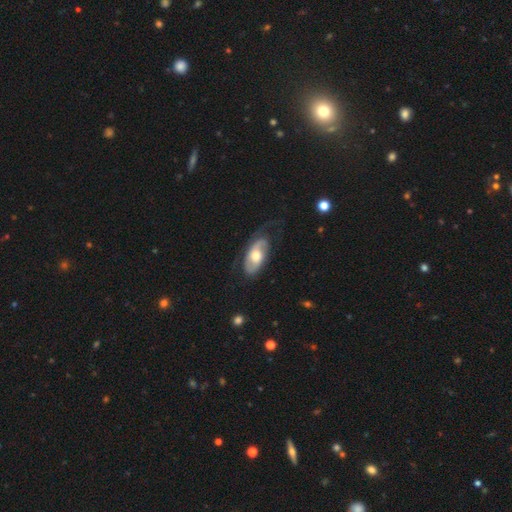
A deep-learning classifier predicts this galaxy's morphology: smooth_or_featured: featured or disk (p=0.63) [alt: smooth p=0.32]
disk_edge_on: no (p=0.91) [alt: yes p=0.09]
bar: no (p=0.66) [alt: weak p=0.26]
has_spiral_arms: yes (p=0.78) [alt: no p=0.22]
bulge_size: moderate (p=0.70) [alt: large p=0.15]
merging: none (p=0.58) [alt: minor disturbance p=0.24]